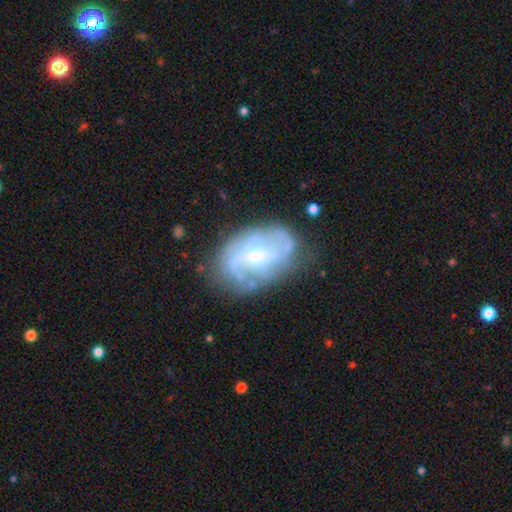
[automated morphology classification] Overall: featured or disk (77%). Edge-on disk: no (96%). Bar: weak (55%; no 27%). Spiral arms: yes (86%). Spiral arm count: 2 (49%; can't tell 29%). Spiral winding: medium (41%; loose 30%). Bulge size: small (51%; moderate 38%). Merging: none (67%).